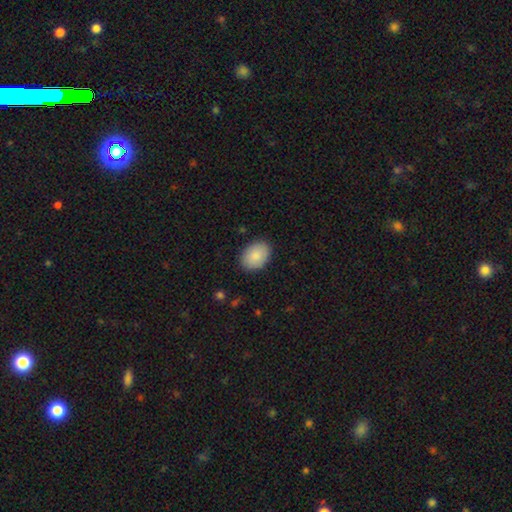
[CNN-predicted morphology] A smooth galaxy with no disk features (88%) that is in between round and cigar-shaped (77%). Merging: none (88%).